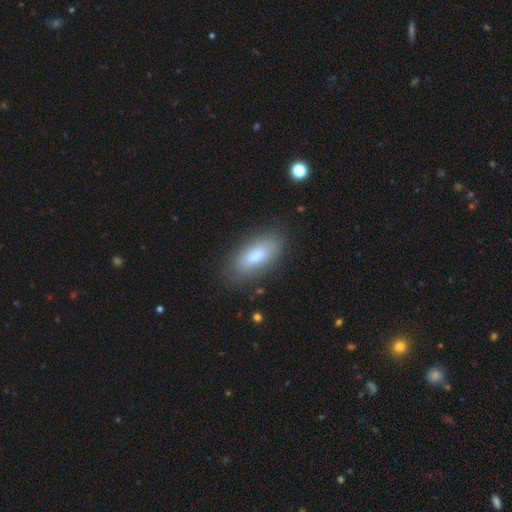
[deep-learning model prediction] smooth_or_featured: smooth (p=0.78) [alt: featured or disk p=0.15]
how_rounded: in between (p=0.85) [alt: cigar-shaped p=0.12]
merging: none (p=0.84) [alt: minor disturbance p=0.12]